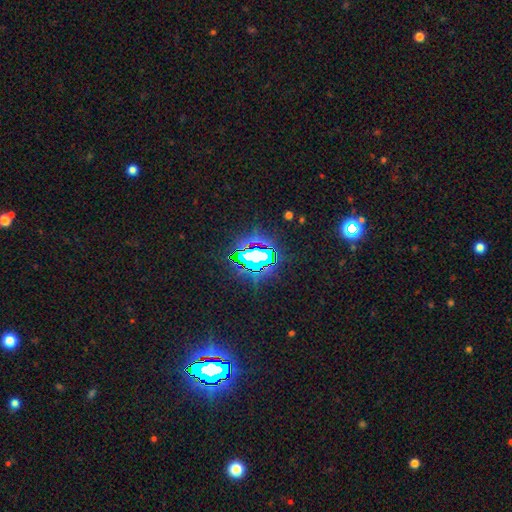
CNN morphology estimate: Smooth or featured? Predicted: star or artifact (p=0.74).